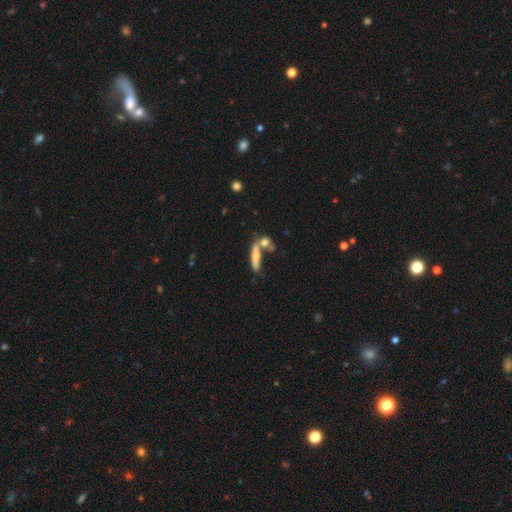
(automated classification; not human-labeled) A smooth galaxy with no disk features (64%) that is cigar-shaped (71%). Merging: none (48%).